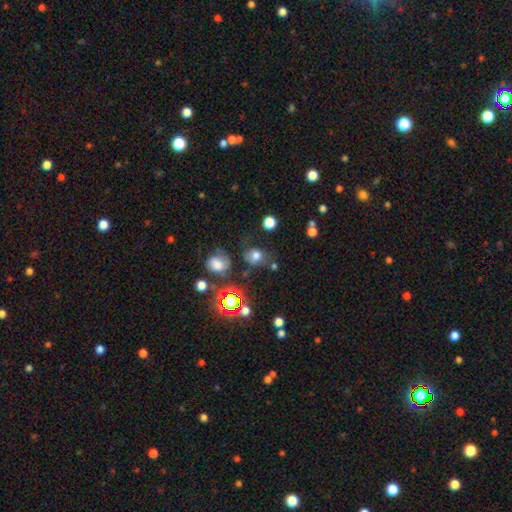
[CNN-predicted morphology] Q: Smooth or featured?
A: smooth (70%); runner-up: star or artifact (20%)
Q: How rounded?
A: round (65%); runner-up: in between (34%)
Q: Merging?
A: none (60%); runner-up: minor disturbance (21%)